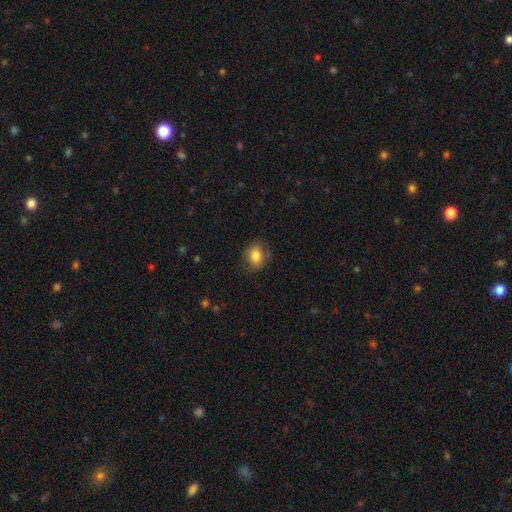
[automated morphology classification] Overall: smooth (82%). How rounded: round (52%; in between 47%). Merging: none (77%).